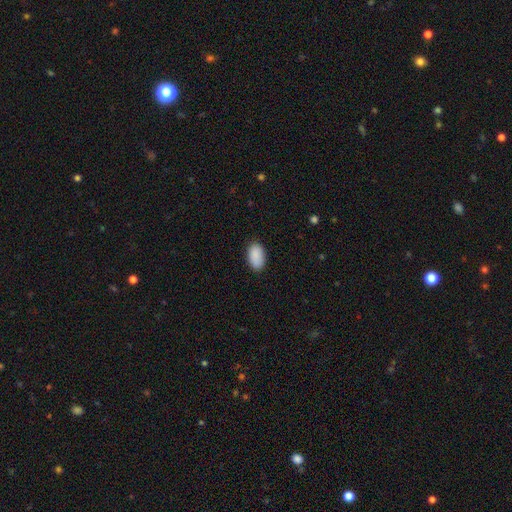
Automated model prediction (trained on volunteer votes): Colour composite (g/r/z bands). It shows a smooth galaxy with no disk features (90%) that is in between round and cigar-shaped (94%). Merging: none (85%).